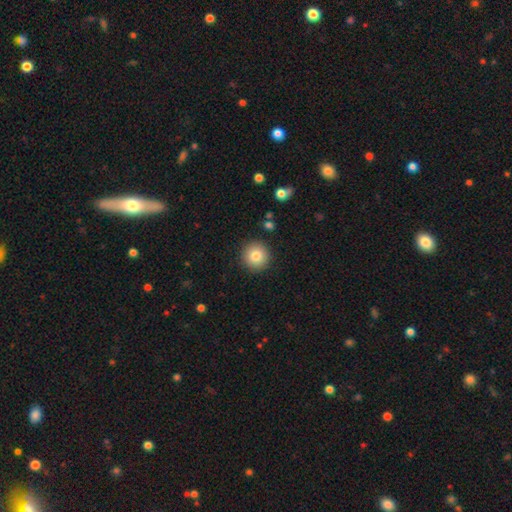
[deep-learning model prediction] A smooth galaxy with no disk features (82%) that is round (95%).

Vote fractions:
- Smooth or featured? smooth: 82% / star or artifact: 9% / featured or disk: 8%
- How rounded? round: 95% / in between: 4% / cigar-shaped: 1%
- Merging? none: 91% / minor disturbance: 6% / major disturbance: 2% / merger: 1%